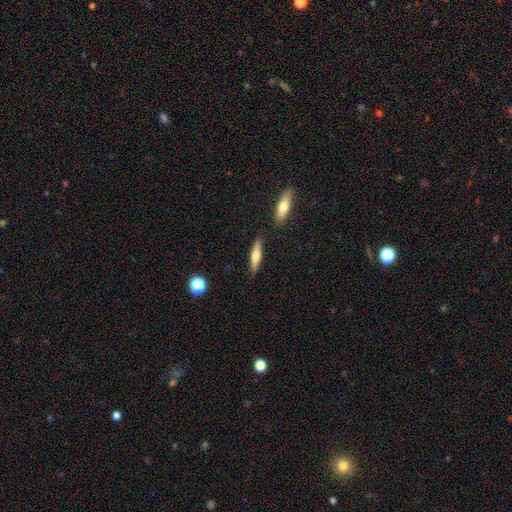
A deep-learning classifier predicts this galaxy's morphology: Smooth or featured?
  - smooth: 57% *
  - featured or disk: 37%
  - star or artifact: 6%
How rounded?
  - cigar-shaped: 79% *
  - in between: 19%
  - round: 2%
Merging?
  - none: 84% *
  - minor disturbance: 10%
  - merger: 4%
  - major disturbance: 2%